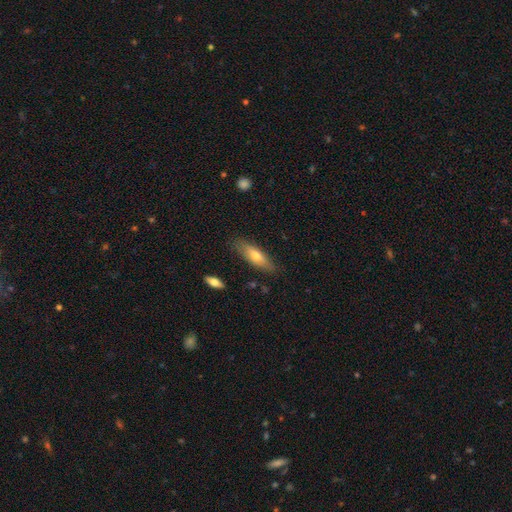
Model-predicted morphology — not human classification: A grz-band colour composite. It shows a smooth galaxy with no disk features (63%) that is cigar-shaped (54%). Merging: none (82%).